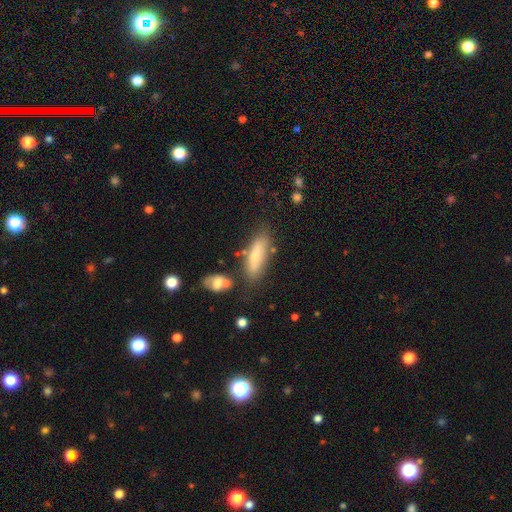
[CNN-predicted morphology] Q: Smooth or featured?
A: smooth (71%); runner-up: featured or disk (21%)
Q: How rounded?
A: cigar-shaped (50%); runner-up: in between (48%)
Q: Merging?
A: none (72%); runner-up: minor disturbance (16%)